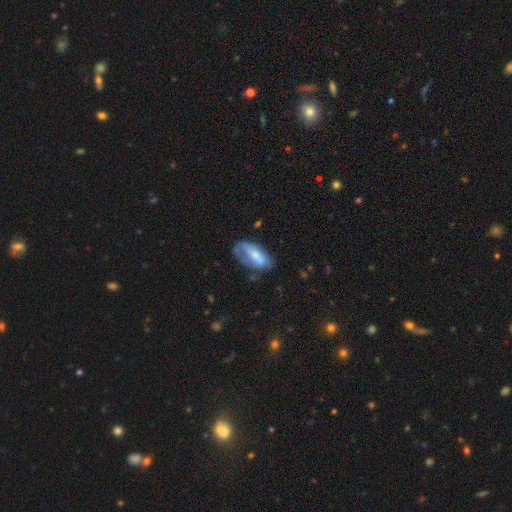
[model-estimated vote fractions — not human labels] Smooth or featured? smooth (63%)
How rounded? in between (86%)
Merging? none (43%)